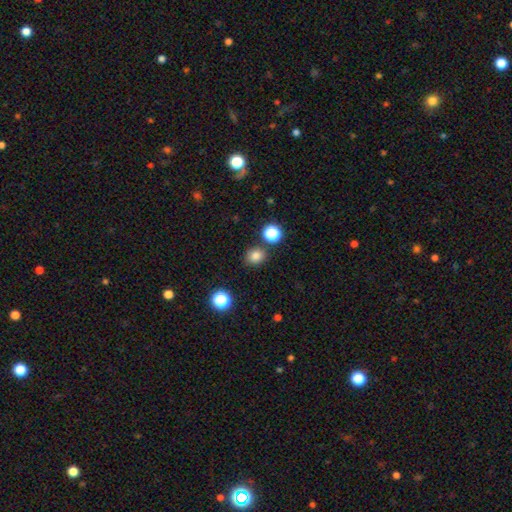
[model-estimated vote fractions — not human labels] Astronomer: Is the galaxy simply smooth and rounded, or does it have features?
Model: smooth — 80%.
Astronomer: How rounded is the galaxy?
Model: round — 75%.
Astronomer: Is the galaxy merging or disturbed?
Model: none — 83%.